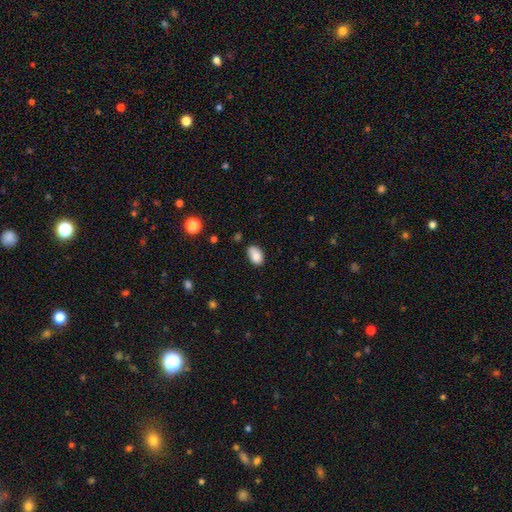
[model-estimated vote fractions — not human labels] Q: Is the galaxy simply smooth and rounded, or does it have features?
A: smooth — 85%.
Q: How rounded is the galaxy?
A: in between — 89%.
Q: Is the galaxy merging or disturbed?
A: none — 69%.